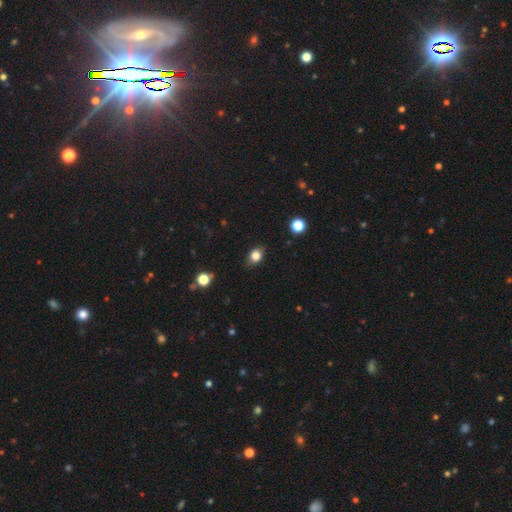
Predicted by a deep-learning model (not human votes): Overall: smooth (82%). How rounded: in between (62%; round 36%). Merging: none (83%).